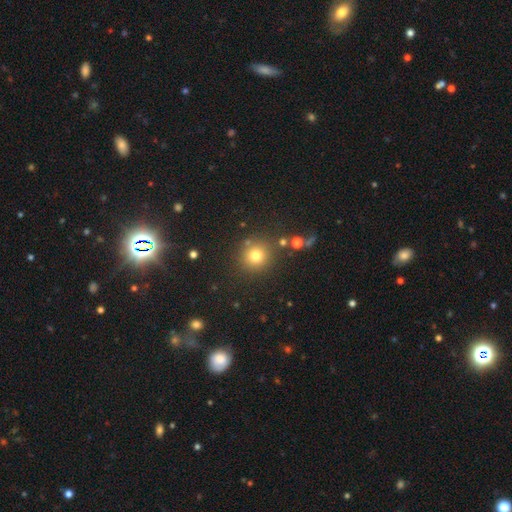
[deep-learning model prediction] Smooth or featured? Predicted: smooth (p=0.76). How rounded? Predicted: round (p=0.92). Merging? Predicted: none (p=0.83).